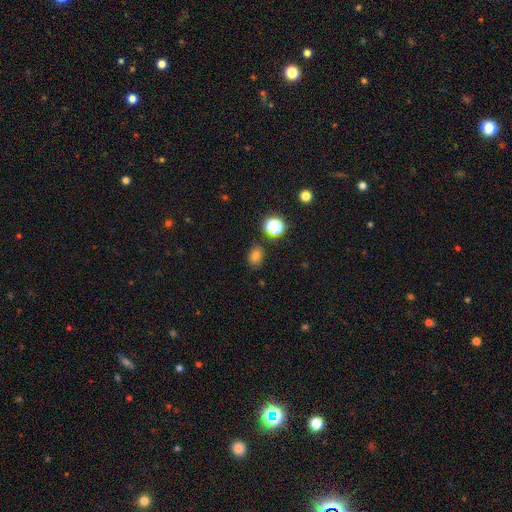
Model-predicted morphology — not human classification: Smooth or featured? Predicted: smooth (p=0.74). How rounded? Predicted: in between (p=0.58). Merging? Predicted: none (p=0.83).